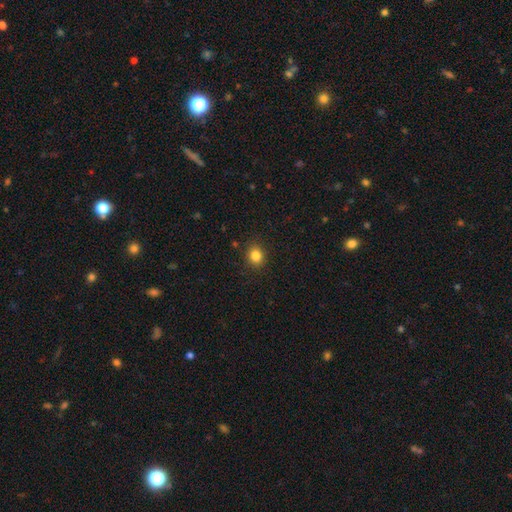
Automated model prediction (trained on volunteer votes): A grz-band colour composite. It shows a smooth galaxy with no disk features (83%) that is round (74%). Merging: none (89%).